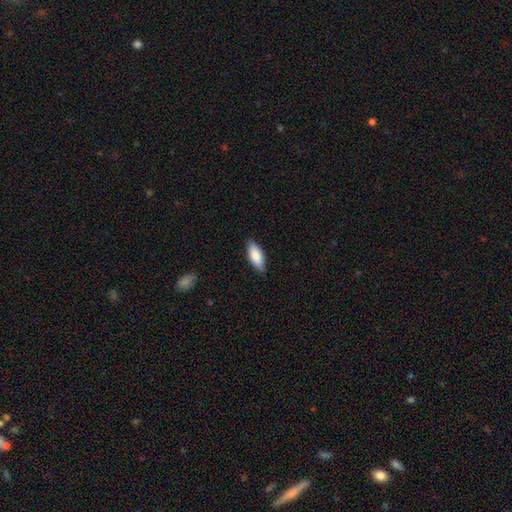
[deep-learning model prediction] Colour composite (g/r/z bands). It shows a smooth galaxy with no disk features (85%) that is in between round and cigar-shaped (75%). Merging: none (87%).